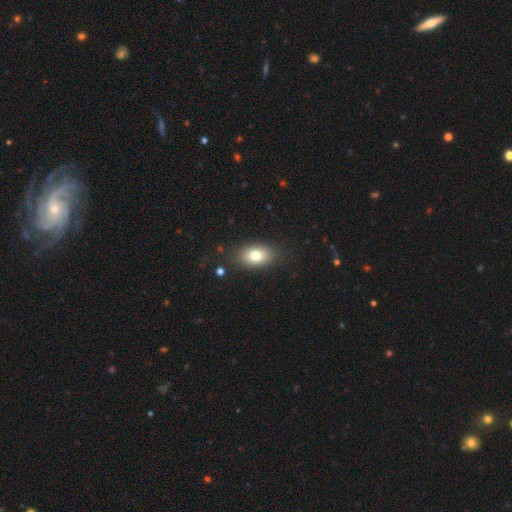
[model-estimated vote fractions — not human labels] The model was most divided on "smooth or featured": smooth: 79%, featured or disk: 12%, star or artifact: 9%. More confident: how rounded — in between (87%); merging — none (85%).